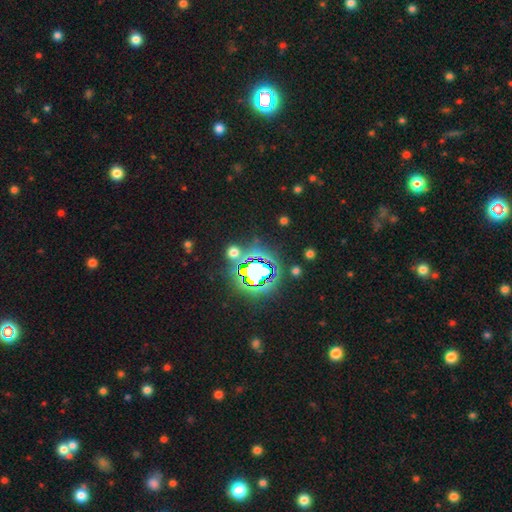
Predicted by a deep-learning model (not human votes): Morphology: type=star or artifact (81%).